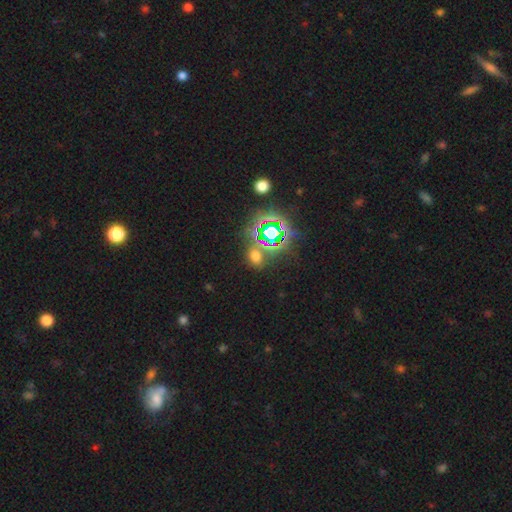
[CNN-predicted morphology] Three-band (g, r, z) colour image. It shows a star or artifact, not a galaxy (50%).